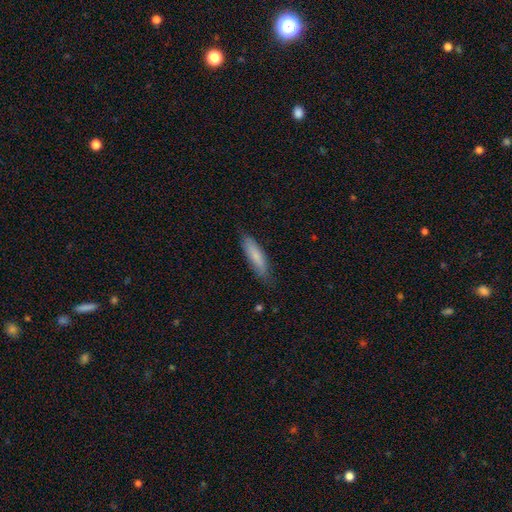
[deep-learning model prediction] Smooth or featured? Predicted: smooth (p=0.78). How rounded? Predicted: cigar-shaped (p=0.66). Merging? Predicted: none (p=0.77).